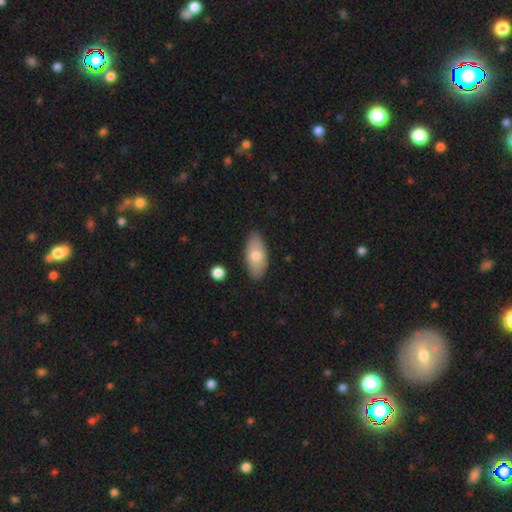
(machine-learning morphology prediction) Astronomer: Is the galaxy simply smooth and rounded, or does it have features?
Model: smooth — 73%.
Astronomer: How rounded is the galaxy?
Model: in between — 90%.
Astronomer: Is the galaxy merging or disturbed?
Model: none — 87%.